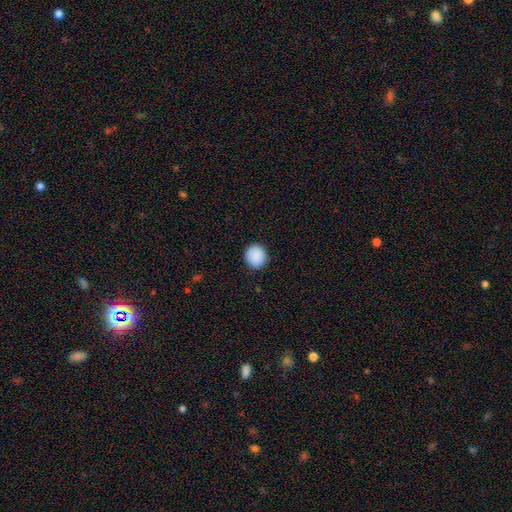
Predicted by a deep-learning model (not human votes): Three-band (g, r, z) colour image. It shows a smooth galaxy with no disk features (90%) that is round (88%). Merging: none (91%).